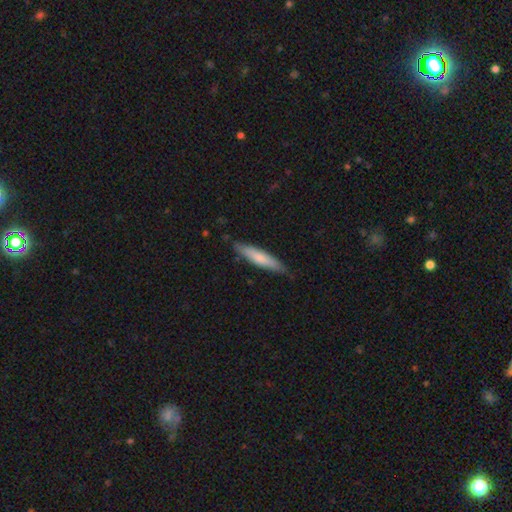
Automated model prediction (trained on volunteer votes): This appears to be a smooth galaxy with no disk features (64%) that is cigar-shaped (88%). Merging: none (84%).